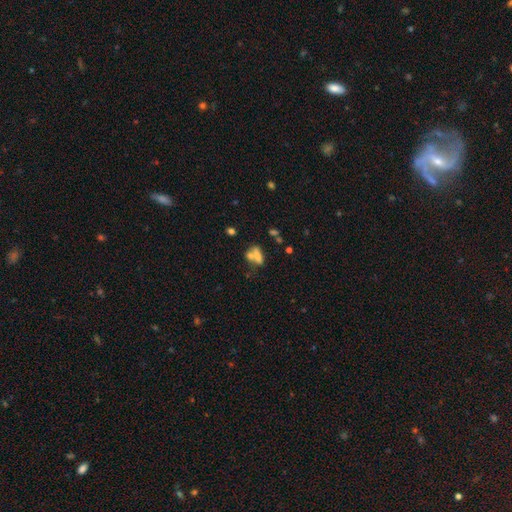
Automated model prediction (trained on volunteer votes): smooth-or-featured: smooth: 63% | featured or disk: 25% | star or artifact: 12%
  how-rounded: in between: 67% | cigar-shaped: 20% | round: 13%
  merging: merger: 46% | none: 34% | minor disturbance: 12% | major disturbance: 8%